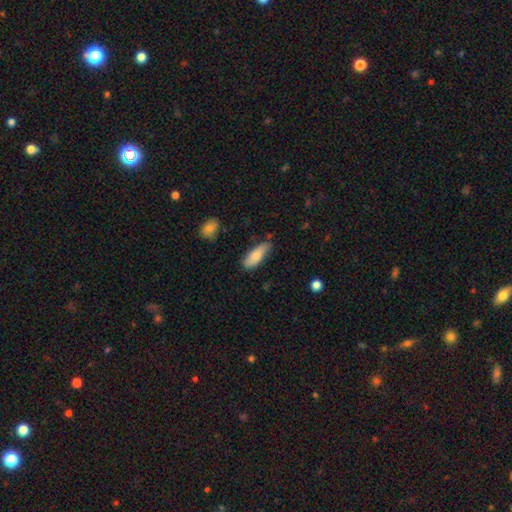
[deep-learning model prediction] Smooth or featured: smooth — 81% (featured or disk — 13%)
How rounded: in between — 73% (cigar-shaped — 26%)
Merging: none — 65% (minor disturbance — 28%)